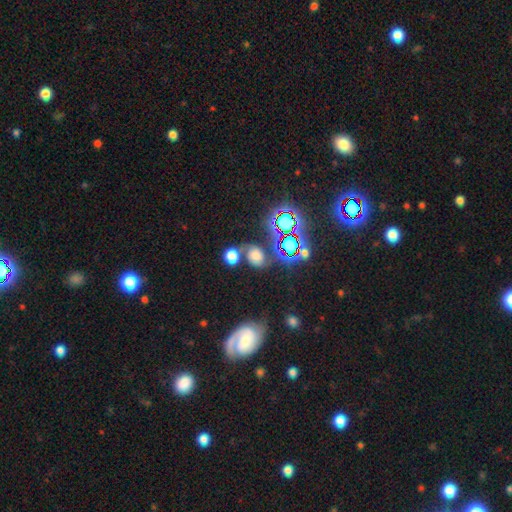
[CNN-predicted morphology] Smooth or featured?
  - smooth: 51% *
  - star or artifact: 26%
  - featured or disk: 23%
How rounded?
  - round: 51% *
  - in between: 48%
  - cigar-shaped: 2%
Merging?
  - none: 42% *
  - merger: 31%
  - minor disturbance: 17%
  - major disturbance: 11%